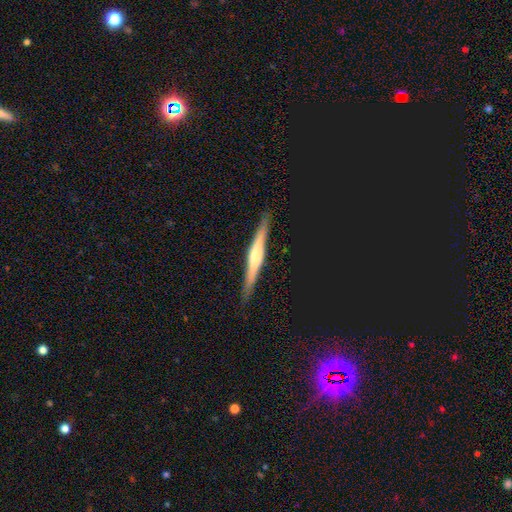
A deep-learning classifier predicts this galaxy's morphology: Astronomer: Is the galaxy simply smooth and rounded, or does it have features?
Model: featured or disk — 67%.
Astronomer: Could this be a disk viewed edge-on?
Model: yes — 97%.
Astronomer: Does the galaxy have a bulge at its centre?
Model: rounded — 66%.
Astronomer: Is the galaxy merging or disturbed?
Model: none — 90%.